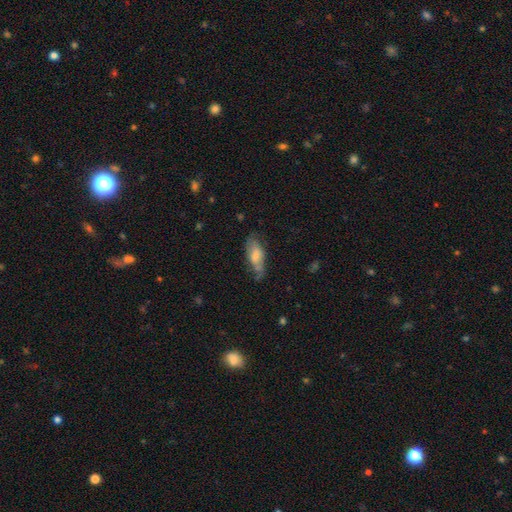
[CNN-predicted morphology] Q: Smooth or featured?
A: smooth (62%); runner-up: featured or disk (31%)
Q: How rounded?
A: in between (80%); runner-up: cigar-shaped (17%)
Q: Merging?
A: none (49%); runner-up: minor disturbance (33%)